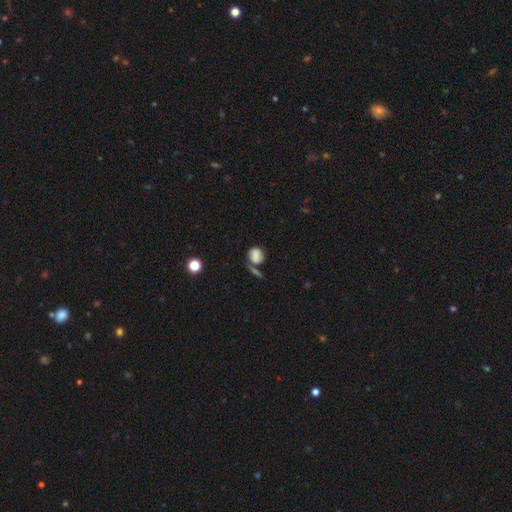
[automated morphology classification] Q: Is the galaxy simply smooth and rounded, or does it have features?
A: smooth — 74%.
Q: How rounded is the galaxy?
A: round — 64%.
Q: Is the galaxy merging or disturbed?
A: none — 44%.